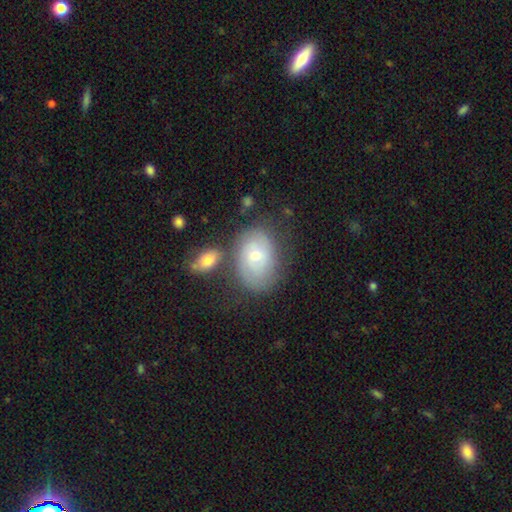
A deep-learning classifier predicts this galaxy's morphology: Smooth or featured? Predicted: featured or disk (p=0.51). Edge-on disk? Predicted: no (p=0.95). Merging? Predicted: none (p=0.57).